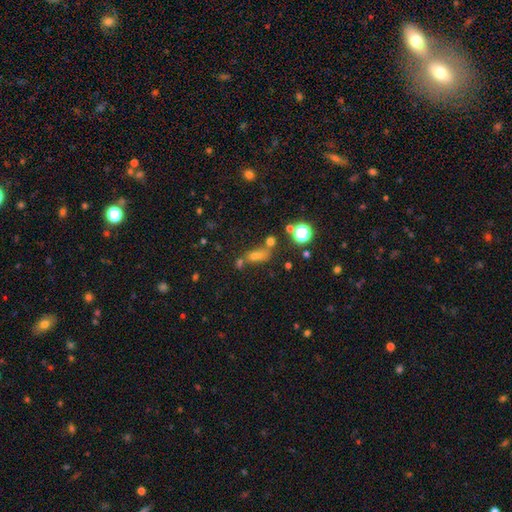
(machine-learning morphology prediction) A smooth galaxy with no disk features (54%) that is in between round and cigar-shaped (53%). Merging: none (49%).